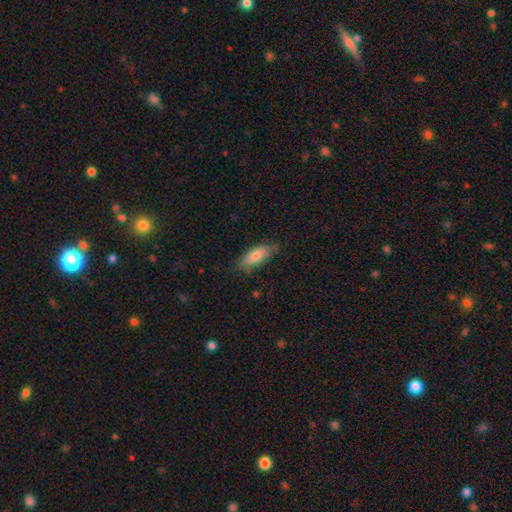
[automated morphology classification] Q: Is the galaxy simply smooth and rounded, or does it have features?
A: smooth — 73%.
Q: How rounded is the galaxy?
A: in between — 65%.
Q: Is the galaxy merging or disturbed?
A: none — 75%.